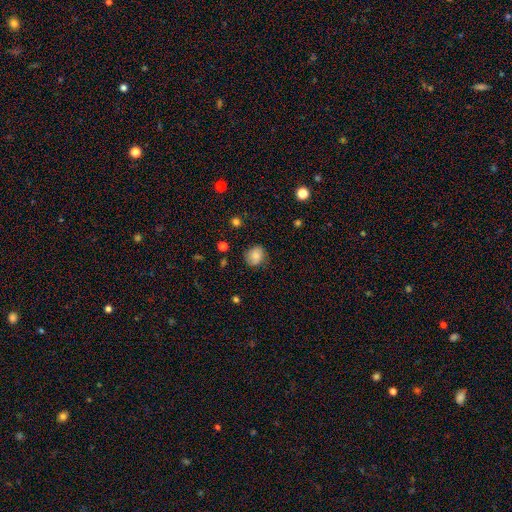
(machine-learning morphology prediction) Q: Smooth or featured?
A: smooth (75%); runner-up: featured or disk (16%)
Q: How rounded?
A: round (72%); runner-up: in between (27%)
Q: Merging?
A: none (74%); runner-up: minor disturbance (20%)